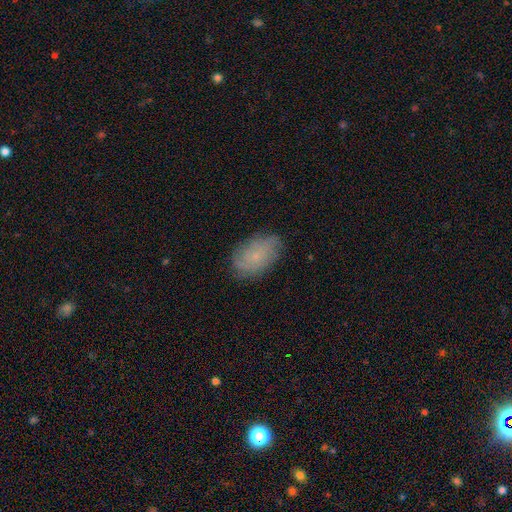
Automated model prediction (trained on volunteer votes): This appears to be a smooth galaxy with no disk features (50%). Merging: none (78%).